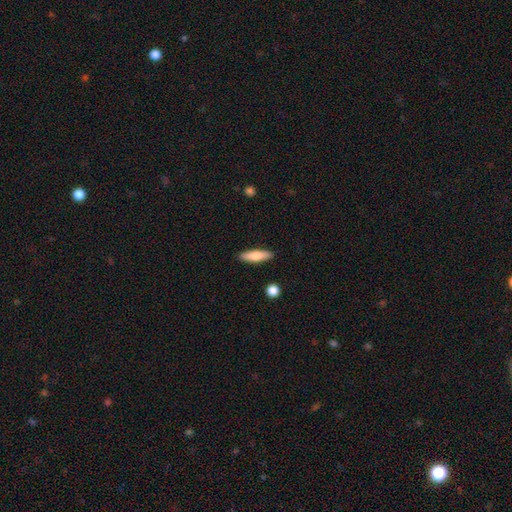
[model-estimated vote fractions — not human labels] Smooth or featured: smooth — 73% (featured or disk — 21%)
How rounded: cigar-shaped — 67% (in between — 31%)
Merging: none — 89% (minor disturbance — 7%)